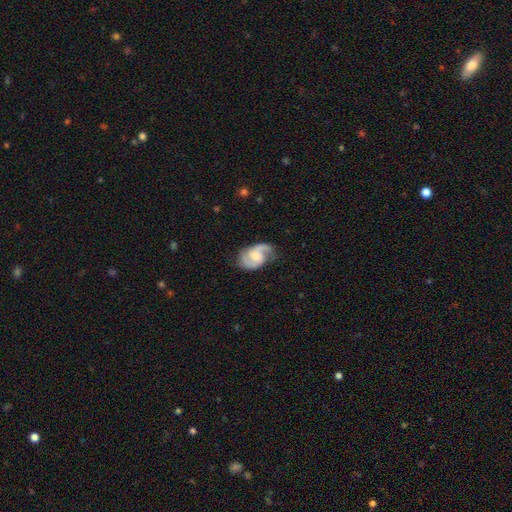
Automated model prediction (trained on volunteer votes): smooth-or-featured: featured or disk: 84% | smooth: 11% | star or artifact: 5%
  disk-edge-on: no: 98% | yes: 2%
    bar: weak: 46% | no: 45% | strong: 9%
    has-spiral-arms: yes: 97% | no: 3%
      spiral-winding: medium: 54% | tight: 24% | loose: 21%
      spiral-arm-count: 2: 89% | can't tell: 4% | 1: 3% | 3: 2% | 4: 1% | more than 4: 1%
    bulge-size: moderate: 42% | small: 34% | none: 15% | large: 8% | dominant: 1%
  merging: none: 71% | minor disturbance: 20% | major disturbance: 7% | merger: 1%